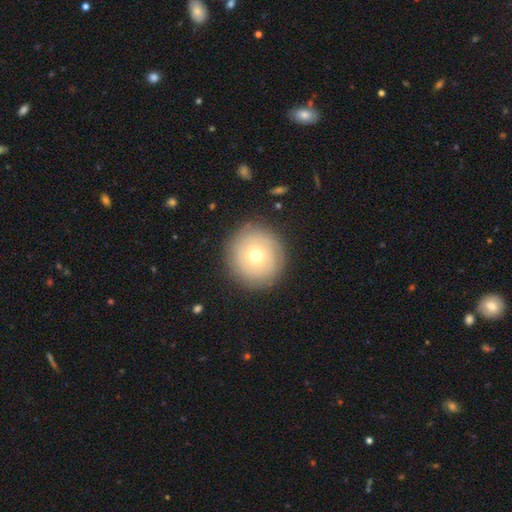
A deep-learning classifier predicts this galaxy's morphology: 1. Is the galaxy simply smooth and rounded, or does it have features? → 51% smooth, 39% featured or disk, 10% star or artifact.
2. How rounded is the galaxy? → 93% round, 6% in between, 1% cigar-shaped.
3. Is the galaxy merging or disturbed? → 87% none, 9% minor disturbance, 3% major disturbance, 1% merger.